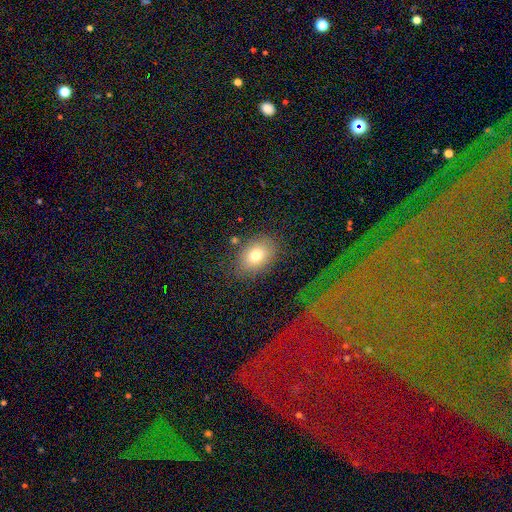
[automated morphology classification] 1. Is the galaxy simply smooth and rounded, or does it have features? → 76% smooth, 14% featured or disk, 10% star or artifact.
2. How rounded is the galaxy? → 74% in between, 24% round, 1% cigar-shaped.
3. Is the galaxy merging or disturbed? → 79% none, 13% minor disturbance, 5% major disturbance, 3% merger.